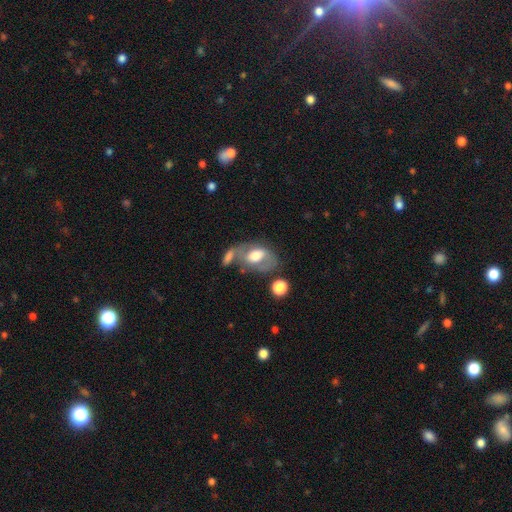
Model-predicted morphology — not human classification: Smooth or featured: featured or disk — 47% (smooth — 45%)
Merging: none — 33% (merger — 28%)